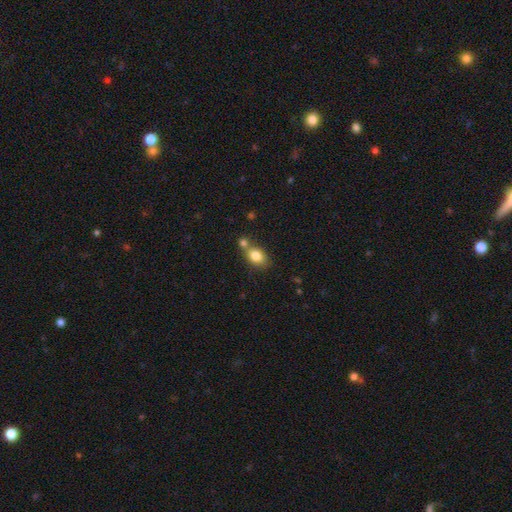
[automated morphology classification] type=smooth (82%); roundness=in between (73%); merging=none (51%).